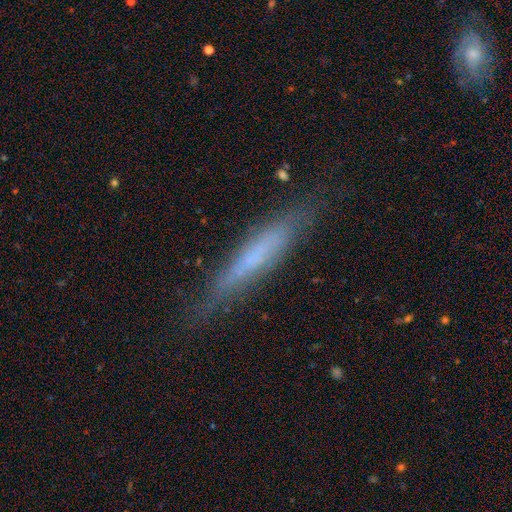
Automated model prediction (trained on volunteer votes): Smooth or featured? Predicted: smooth (p=0.49). Merging? Predicted: none (p=0.80).